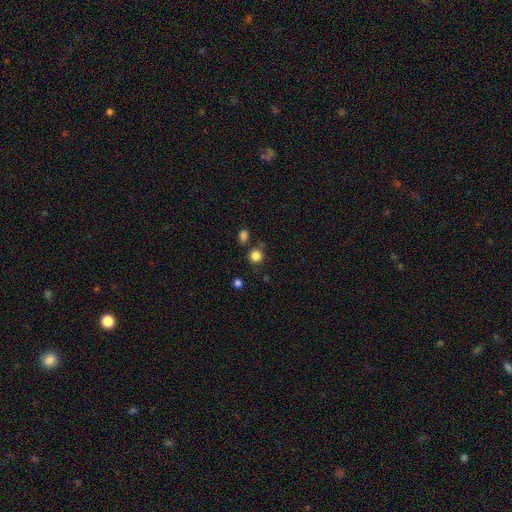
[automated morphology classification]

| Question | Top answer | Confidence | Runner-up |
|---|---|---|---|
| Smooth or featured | smooth | 84% | star or artifact (12%) |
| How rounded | round | 89% | in between (10%) |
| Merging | none | 74% | minor disturbance (12%) |